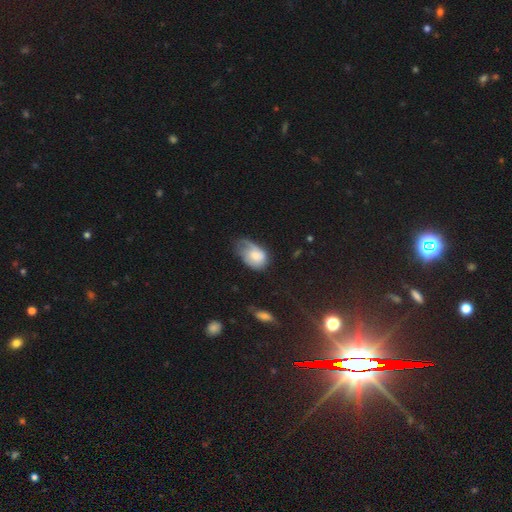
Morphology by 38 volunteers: Q: Smooth or featured?
A: smooth (66%); runner-up: featured or disk (32%)
Q: How rounded?
A: in between (76%); runner-up: round (24%)
Q: Merging?
A: minor disturbance (38%); tied with: major disturbance (38%)